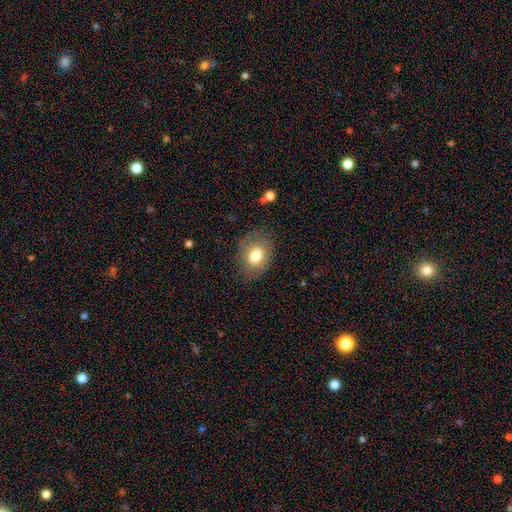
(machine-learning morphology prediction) smooth-or-featured: smooth: 77% | featured or disk: 14% | star or artifact: 9%
  how-rounded: in between: 66% | round: 33% | cigar-shaped: 1%
  merging: none: 80% | minor disturbance: 14% | major disturbance: 5% | merger: 1%